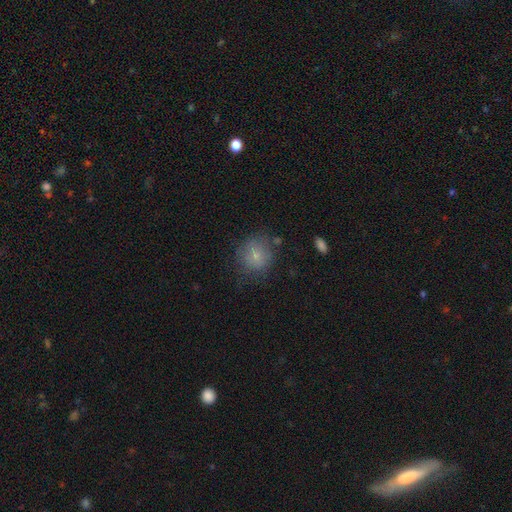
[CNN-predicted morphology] Smooth or featured? Predicted: smooth (p=0.76). How rounded? Predicted: round (p=0.82). Merging? Predicted: none (p=0.69).